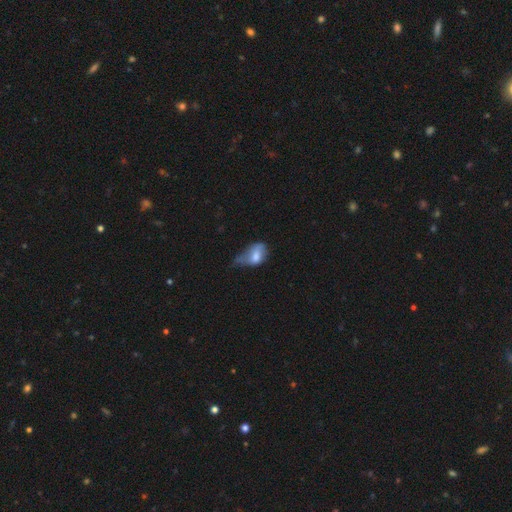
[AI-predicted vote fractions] Smooth or featured? smooth (68%)
How rounded? in between (85%)
Merging? minor disturbance (39%)